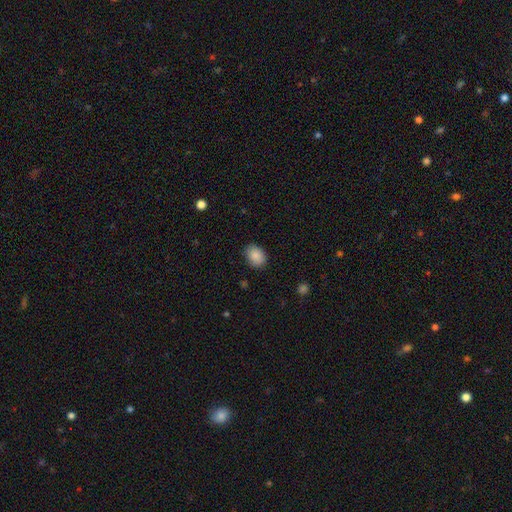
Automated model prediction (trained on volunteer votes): Morphology: type=smooth (88%); roundness=in between (65%); merging=none (84%).